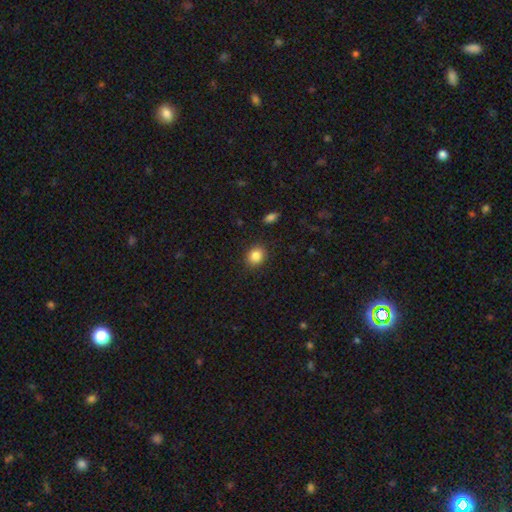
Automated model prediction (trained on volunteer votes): Smooth or featured? smooth (85%)
How rounded? round (65%)
Merging? none (89%)